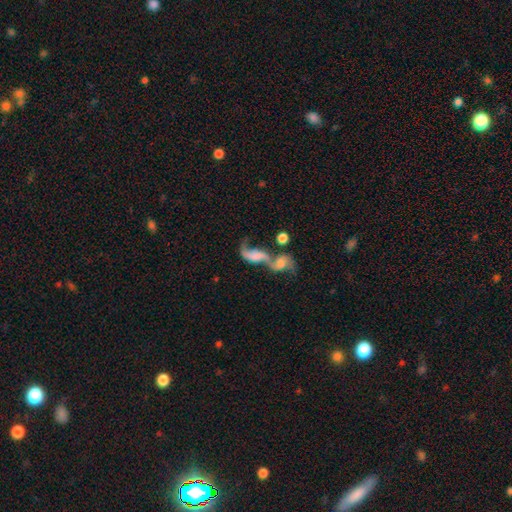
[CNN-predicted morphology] featured or disk 62%, smooth 28%, star or artifact 10%. Down the decision tree: edge-on disk — no (93%); bar — no (59%); spiral arms — yes (78%); bulge size — none (47%); merging — merger (68%).